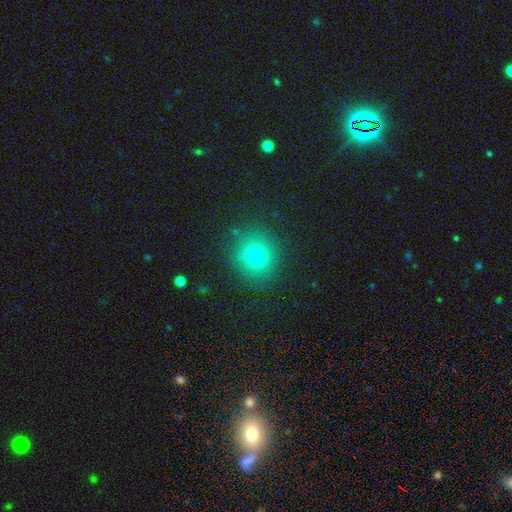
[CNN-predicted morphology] type=smooth (75%); roundness=round (87%); merging=none (86%).